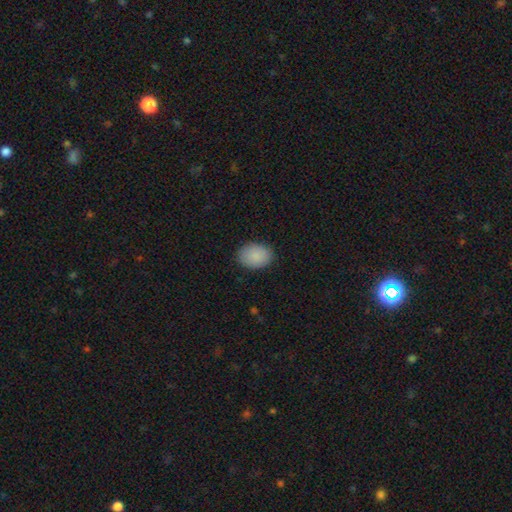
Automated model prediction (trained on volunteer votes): Overall: smooth (89%). How rounded: in between (67%; round 32%). Merging: none (86%).